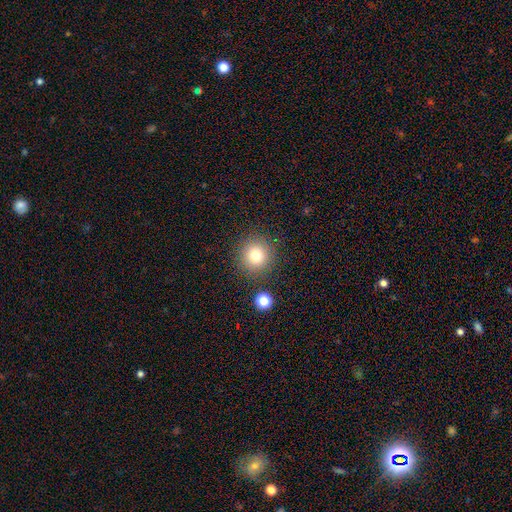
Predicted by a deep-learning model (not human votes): This appears to be a smooth galaxy with no disk features (77%) that is round (94%). Merging: none (86%).